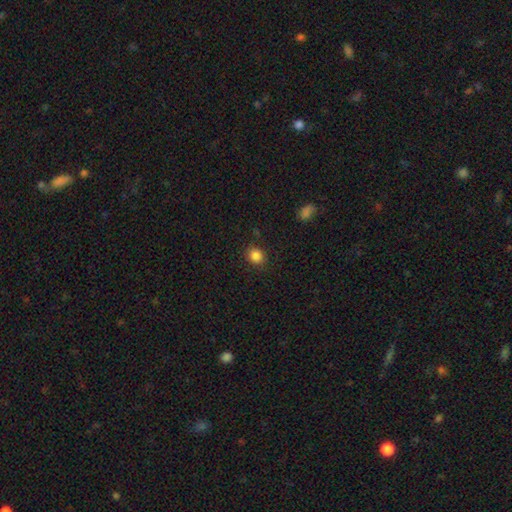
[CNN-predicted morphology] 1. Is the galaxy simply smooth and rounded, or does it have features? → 85% smooth, 11% star or artifact, 4% featured or disk.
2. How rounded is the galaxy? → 74% round, 25% in between, 1% cigar-shaped.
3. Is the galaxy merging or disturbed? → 87% none, 9% minor disturbance, 3% major disturbance, 1% merger.